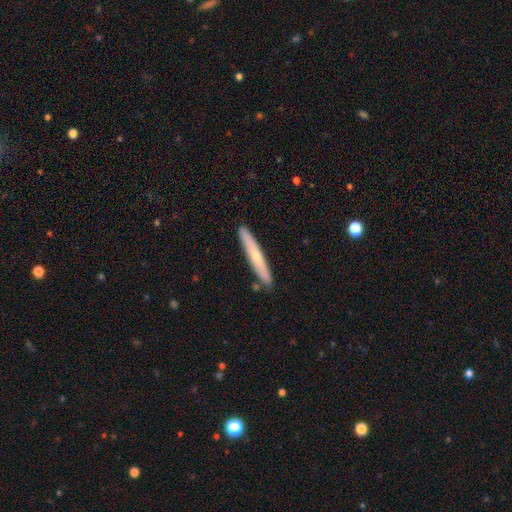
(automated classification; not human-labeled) smooth 58%, featured or disk 37%, star or artifact 6%. Down the decision tree: how rounded — cigar-shaped (95%); merging — none (88%).